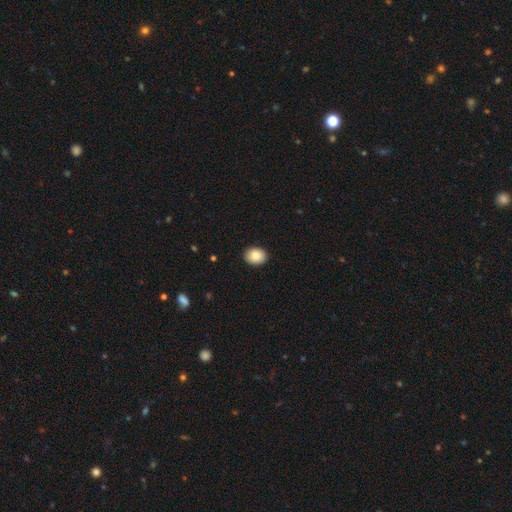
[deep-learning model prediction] smooth 88%, star or artifact 7%, featured or disk 5%. Down the decision tree: how rounded — in between (60%); merging — none (91%).